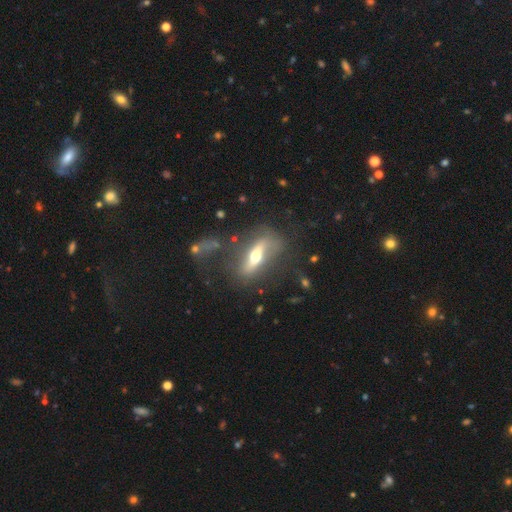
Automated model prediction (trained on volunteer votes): featured or disk 66%, smooth 28%, star or artifact 7%. Down the decision tree: edge-on disk — no (51%); merging — none (57%).